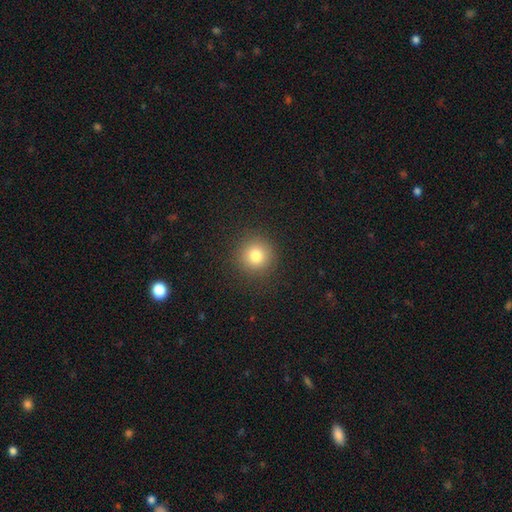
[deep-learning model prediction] Morphology: type=smooth (79%); roundness=round (94%); merging=none (90%).